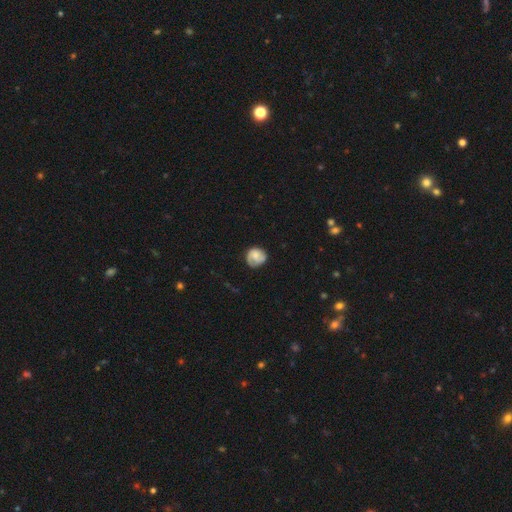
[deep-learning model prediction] A smooth galaxy with no disk features (56%) that is round (82%).

Vote fractions:
- Smooth or featured? smooth: 56% / featured or disk: 37% / star or artifact: 7%
- How rounded? round: 82% / in between: 17% / cigar-shaped: 1%
- Merging? none: 66% / minor disturbance: 24% / major disturbance: 8% / merger: 2%